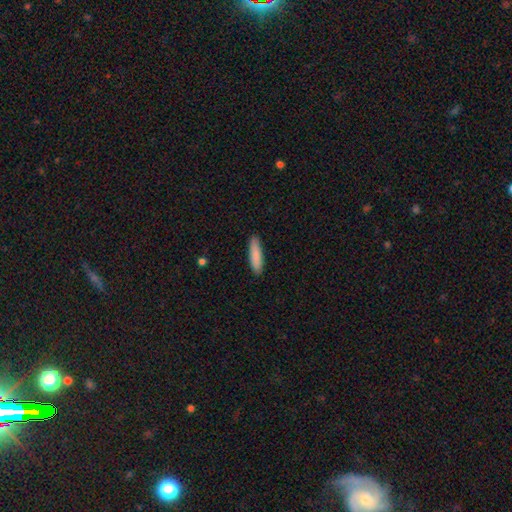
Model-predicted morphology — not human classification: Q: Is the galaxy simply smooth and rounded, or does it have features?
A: smooth — 87%.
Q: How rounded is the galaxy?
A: cigar-shaped — 74%.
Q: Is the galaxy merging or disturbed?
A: none — 88%.